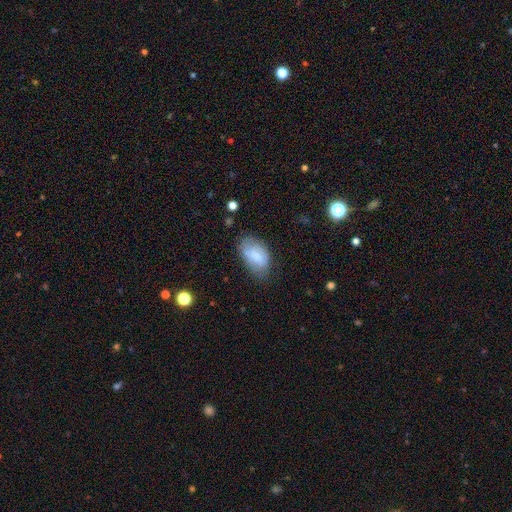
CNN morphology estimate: smooth_or_featured: smooth (p=0.79) [alt: featured or disk p=0.14]
how_rounded: in between (p=0.93) [alt: round p=0.05]
merging: none (p=0.60) [alt: minor disturbance p=0.29]